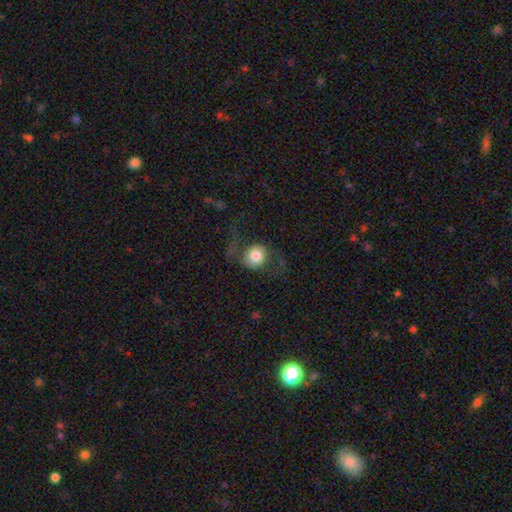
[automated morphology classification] smooth 49%, featured or disk 43%, star or artifact 8%. Down the decision tree: merging — none (51%).